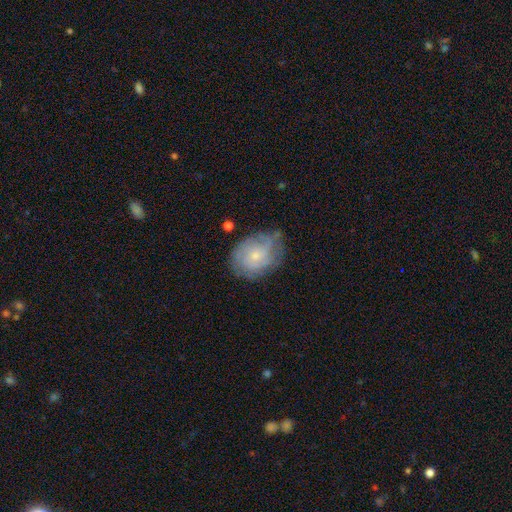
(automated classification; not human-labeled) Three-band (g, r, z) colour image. It shows a featured or disk galaxy (65%) with no bar (76%), tight (56%) spiral arms (88%) and a small central bulge (70%). Merging: none (66%).